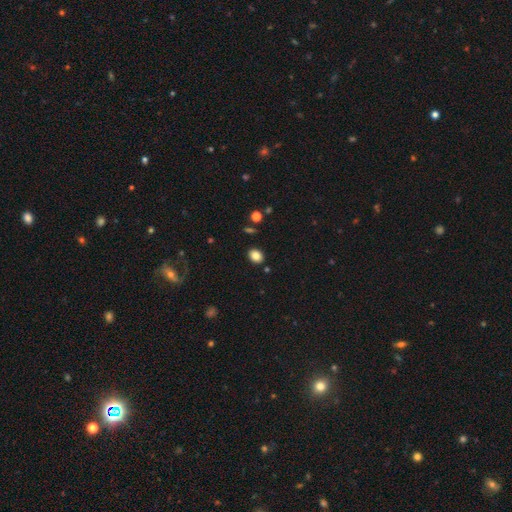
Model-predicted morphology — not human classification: smooth-or-featured: smooth: 83% | star or artifact: 10% | featured or disk: 6%
  how-rounded: in between: 57% | round: 42% | cigar-shaped: 1%
  merging: none: 88% | minor disturbance: 8% | merger: 2% | major disturbance: 2%